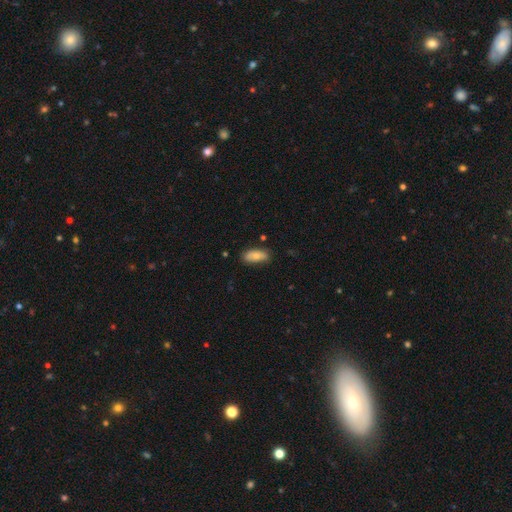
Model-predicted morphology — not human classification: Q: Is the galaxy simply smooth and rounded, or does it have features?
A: smooth — 76%.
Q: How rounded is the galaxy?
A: in between — 84%.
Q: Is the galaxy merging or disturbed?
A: none — 78%.